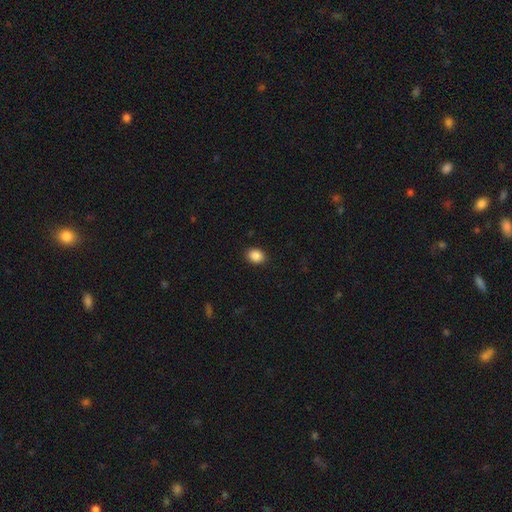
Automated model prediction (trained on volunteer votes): Overall: smooth (88%). How rounded: in between (56%; round 43%). Merging: none (90%).